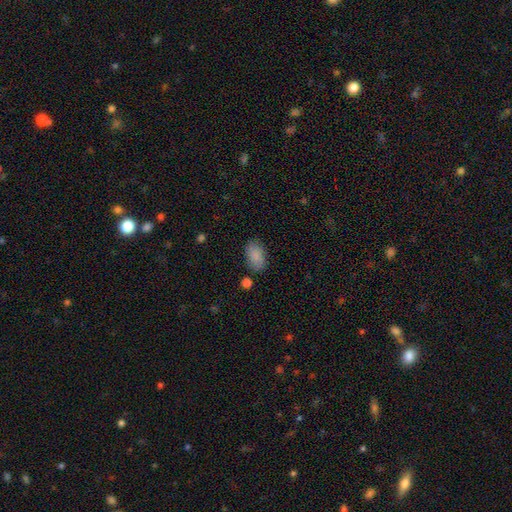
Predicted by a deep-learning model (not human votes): smooth 88%, star or artifact 7%, featured or disk 5%. Down the decision tree: how rounded — in between (92%); merging — none (79%).